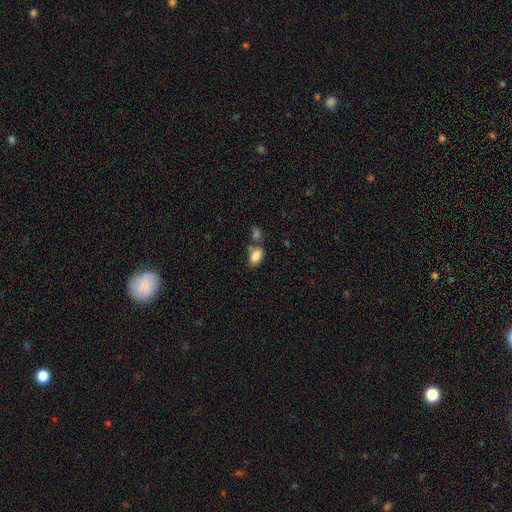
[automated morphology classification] This is clearly a smooth galaxy (85%). How rounded: clearly in between (90%). Merging: possibly none (55%).